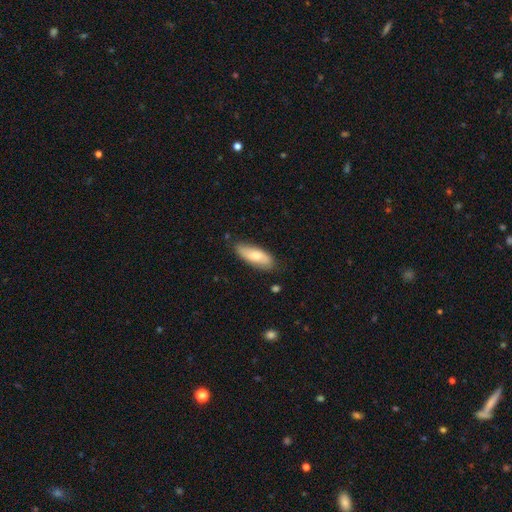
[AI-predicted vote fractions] smooth_or_featured: smooth (p=0.70) [alt: featured or disk p=0.25]
how_rounded: in between (p=0.71) [alt: cigar-shaped p=0.27]
merging: none (p=0.76) [alt: minor disturbance p=0.19]